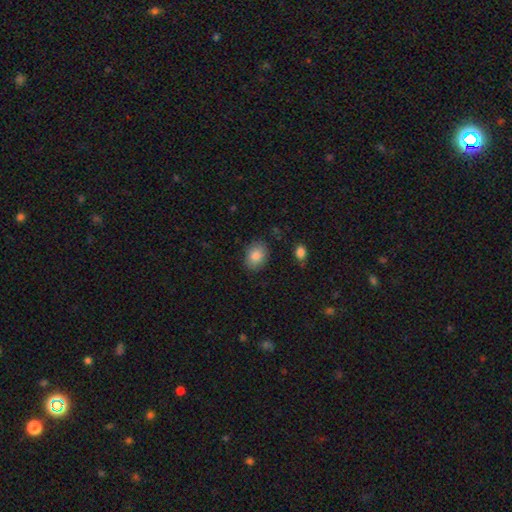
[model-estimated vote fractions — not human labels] Smooth or featured: smooth — 86% (star or artifact — 8%)
How rounded: in between — 72% (round — 27%)
Merging: none — 83% (minor disturbance — 12%)